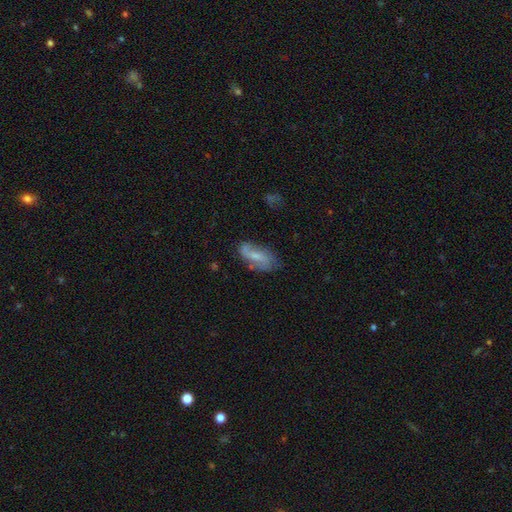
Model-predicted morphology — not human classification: Smooth or featured? Predicted: featured or disk (p=0.52). Edge-on disk? Predicted: no (p=0.90). Merging? Predicted: none (p=0.62).